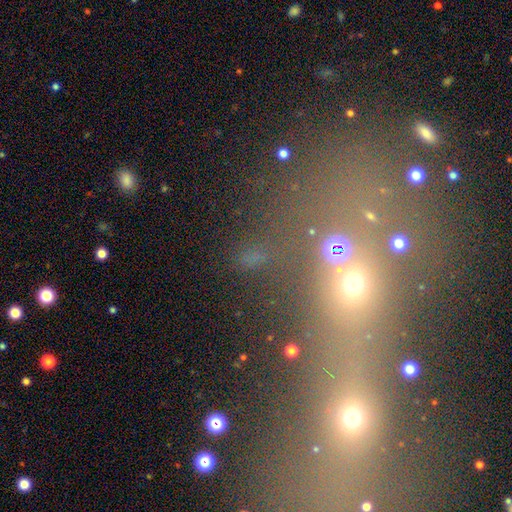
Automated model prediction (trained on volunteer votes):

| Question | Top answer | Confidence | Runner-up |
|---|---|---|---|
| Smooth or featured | star or artifact | 50% | smooth (35%) |